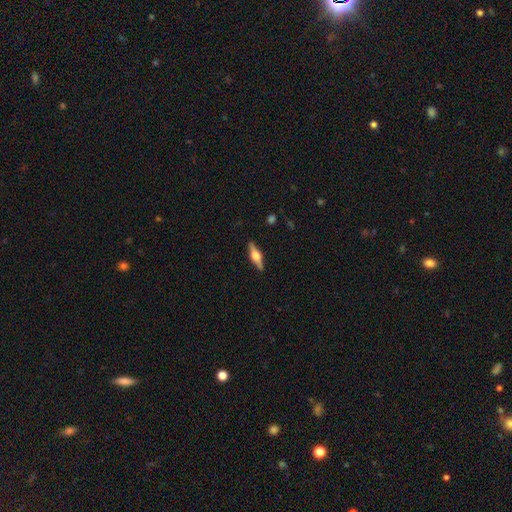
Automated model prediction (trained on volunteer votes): Overall: featured or disk (69%). Edge-on disk: yes (97%). Edge-on bulge: rounded (91%). Merging: none (89%).